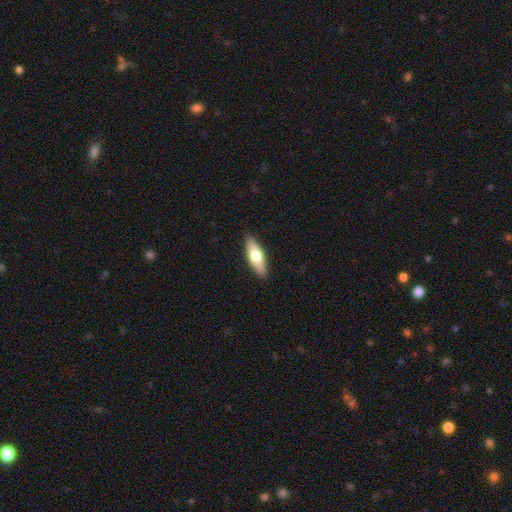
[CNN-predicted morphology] Smooth or featured? smooth (57%)
How rounded? in between (52%)
Merging? none (90%)